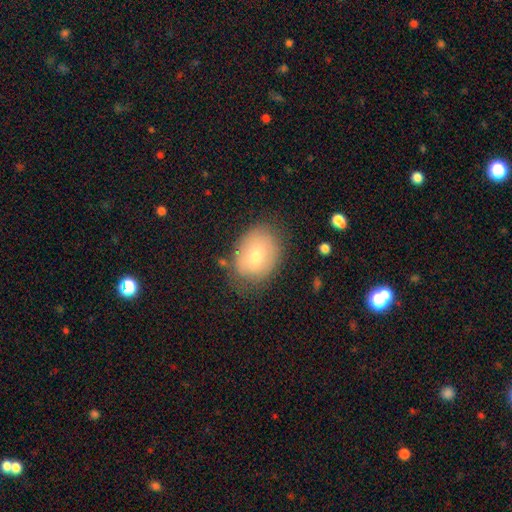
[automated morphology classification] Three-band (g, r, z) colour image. It shows a smooth galaxy with no disk features (66%) that is in between round and cigar-shaped (67%). Merging: none (73%).